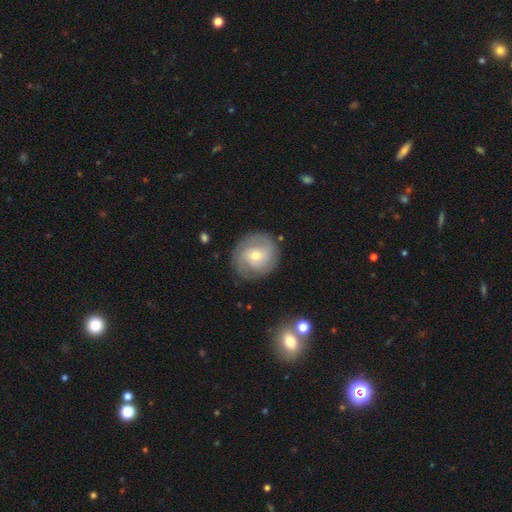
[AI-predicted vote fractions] A featured or disk galaxy (54%) with no bar (66%), spiral arms (77%) and a moderate central bulge (53%).

Vote fractions:
- Smooth or featured? featured or disk: 54% / smooth: 39% / star or artifact: 7%
- Edge-on disk? no: 97% / yes: 3%
- Bar? no: 66% / weak: 28% / strong: 6%
- Spiral arms? yes: 77% / no: 23%
- Bulge size? moderate: 53% / small: 42% / large: 3% / none: 1% / dominant: 1%
- Merging? none: 82% / minor disturbance: 12% / major disturbance: 4% / merger: 2%